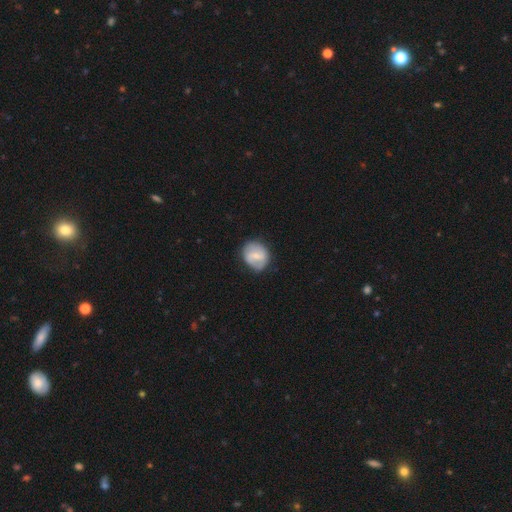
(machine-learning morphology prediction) Smooth or featured?
  - smooth: 50% *
  - featured or disk: 44%
  - star or artifact: 6%
Merging?
  - none: 73% *
  - minor disturbance: 20%
  - major disturbance: 6%
  - merger: 1%